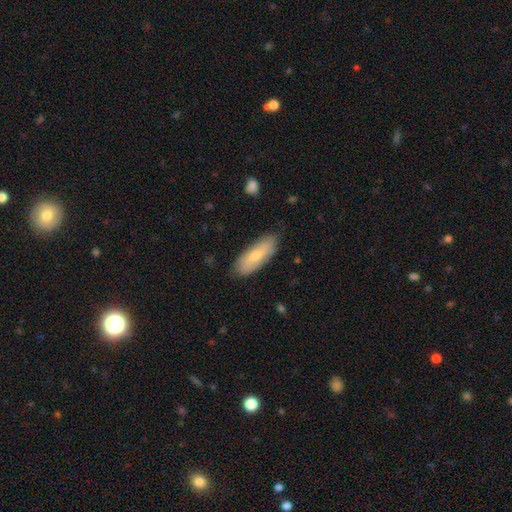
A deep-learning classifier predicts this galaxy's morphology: smooth-or-featured: smooth: 71% | featured or disk: 24% | star or artifact: 5%
  how-rounded: in between: 70% | cigar-shaped: 28% | round: 2%
  merging: none: 80% | minor disturbance: 16% | major disturbance: 3% | merger: 1%